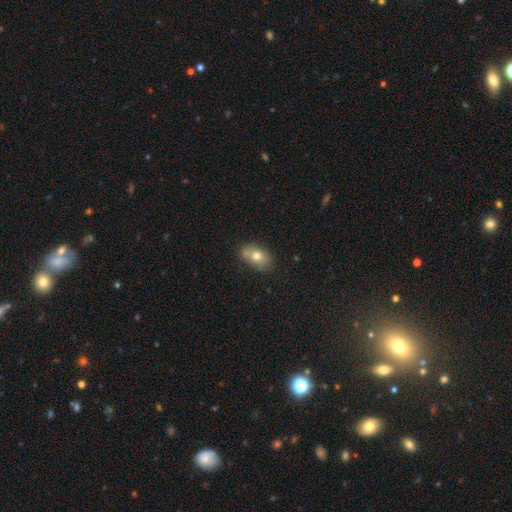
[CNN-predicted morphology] smooth_or_featured: smooth (p=0.71) [alt: featured or disk p=0.19]
how_rounded: in between (p=0.80) [alt: round p=0.18]
merging: none (p=0.64) [alt: minor disturbance p=0.21]